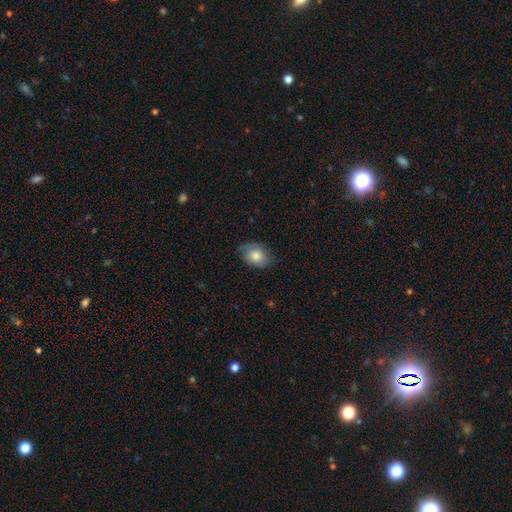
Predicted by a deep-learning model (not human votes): Smooth or featured?
  - smooth: 74% *
  - featured or disk: 18%
  - star or artifact: 8%
How rounded?
  - in between: 71% *
  - round: 28%
  - cigar-shaped: 1%
Merging?
  - none: 69% *
  - minor disturbance: 24%
  - major disturbance: 6%
  - merger: 1%